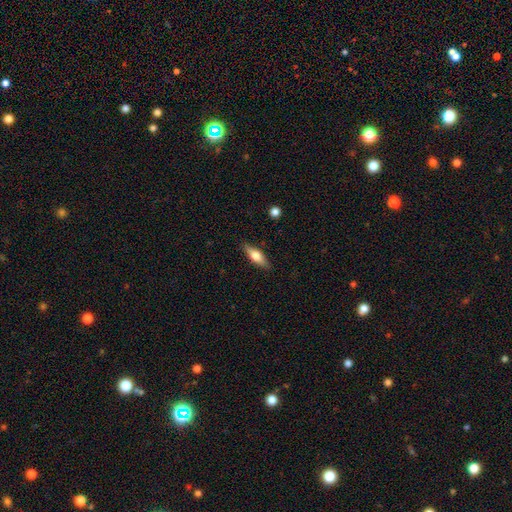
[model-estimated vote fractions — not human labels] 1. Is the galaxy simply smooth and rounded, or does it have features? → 59% smooth, 35% featured or disk, 6% star or artifact.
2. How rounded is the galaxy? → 55% in between, 42% cigar-shaped, 3% round.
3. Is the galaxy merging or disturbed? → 86% none, 10% minor disturbance, 2% major disturbance, 1% merger.